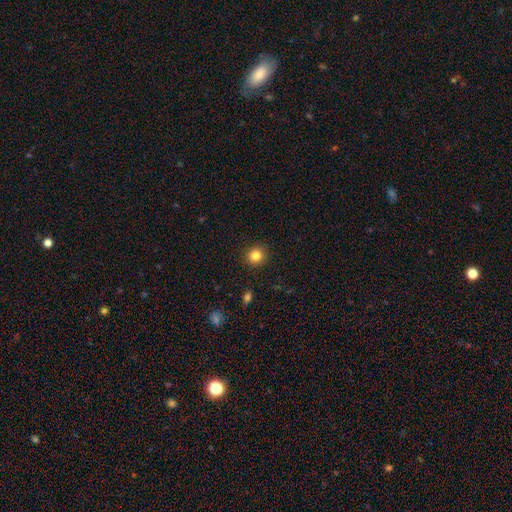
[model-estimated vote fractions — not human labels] This is clearly a smooth galaxy (84%). How rounded: clearly round (89%). Merging: clearly none (91%).